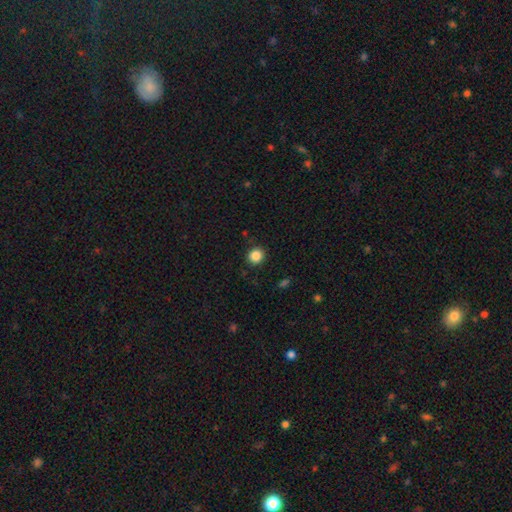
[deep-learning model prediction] A smooth galaxy with no disk features (86%) that is round (88%).

Vote fractions:
- Smooth or featured? smooth: 86% / star or artifact: 10% / featured or disk: 3%
- How rounded? round: 88% / in between: 11% / cigar-shaped: 1%
- Merging? none: 90% / minor disturbance: 7% / major disturbance: 2% / merger: 1%